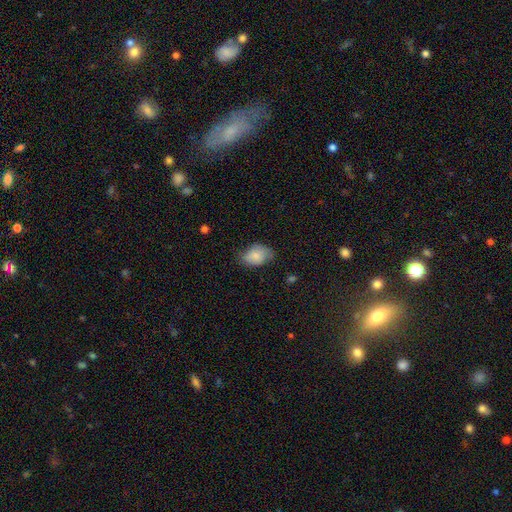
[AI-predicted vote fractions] A smooth galaxy with no disk features (80%) that is in between round and cigar-shaped (80%).

Vote fractions:
- Smooth or featured? smooth: 80% / featured or disk: 13% / star or artifact: 7%
- How rounded? in between: 80% / round: 19% / cigar-shaped: 1%
- Merging? none: 60% / minor disturbance: 31% / major disturbance: 7% / merger: 1%